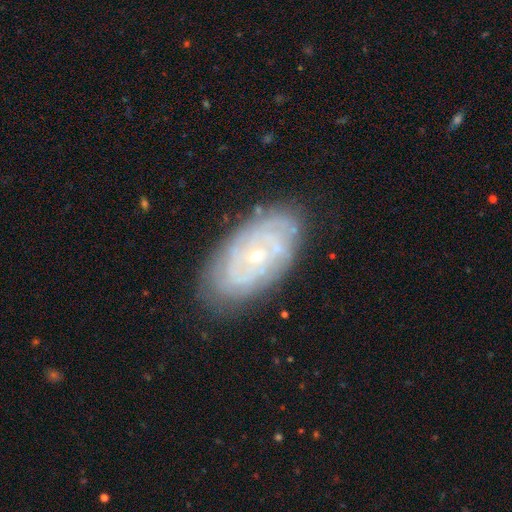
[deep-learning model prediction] Smooth or featured: featured or disk — 79% (smooth — 14%)
Edge-on disk: no — 94% (yes — 6%)
Bar: no — 76% (weak — 19%)
Spiral arms: yes — 88% (no — 12%)
Spiral winding: tight — 76% (medium — 19%)
Spiral arm count: can't tell — 49% (2 — 17%)
Bulge size: small — 75% (moderate — 22%)
Merging: none — 80% (minor disturbance — 15%)